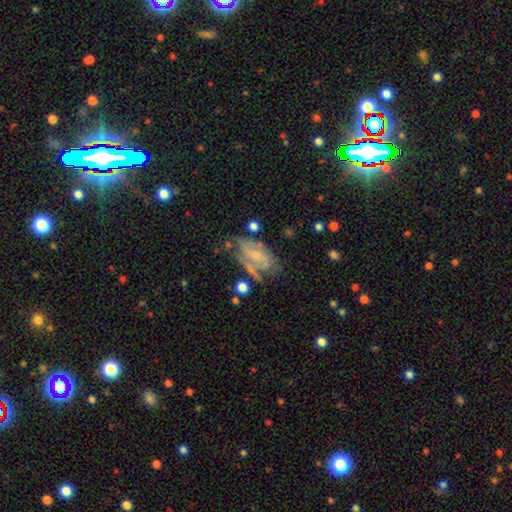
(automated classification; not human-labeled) A featured or disk galaxy (55%) with no bar (58%), spiral arms (63%) and a small central bulge (61%). Merging: none (37%).